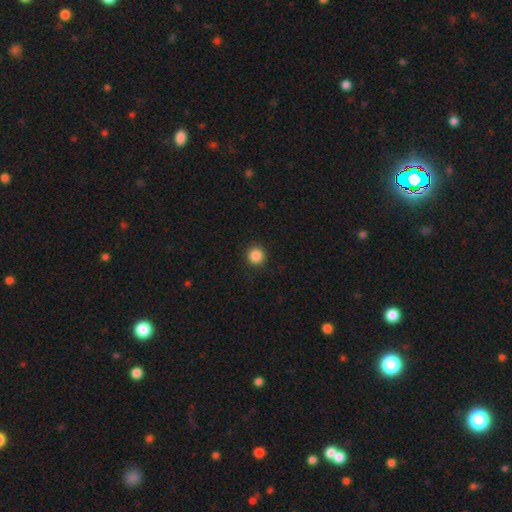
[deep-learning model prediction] Smooth or featured: smooth — 86% (star or artifact — 11%)
How rounded: round — 95% (in between — 4%)
Merging: none — 92% (minor disturbance — 5%)